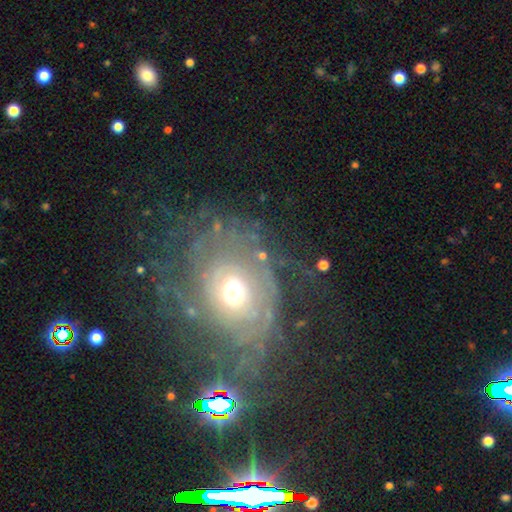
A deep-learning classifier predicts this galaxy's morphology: Smooth or featured: featured or disk — 70% (smooth — 17%)
Edge-on disk: no — 95% (yes — 5%)
Bar: no — 79% (weak — 16%)
Spiral arms: yes — 72% (no — 28%)
Bulge size: moderate — 69% (small — 16%)
Merging: none — 54% (major disturbance — 23%)